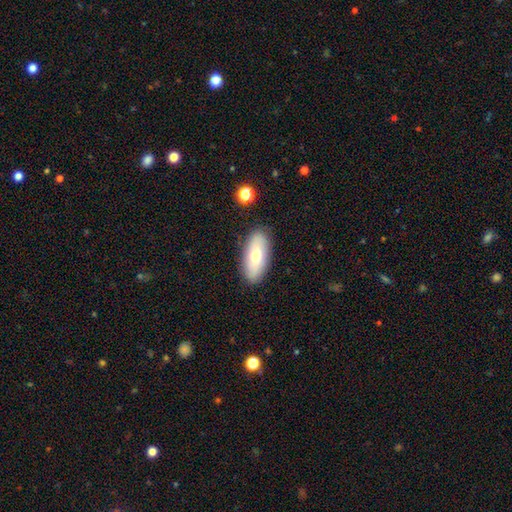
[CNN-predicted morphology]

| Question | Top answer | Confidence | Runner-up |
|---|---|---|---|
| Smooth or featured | smooth | 67% | featured or disk (26%) |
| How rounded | in between | 87% | cigar-shaped (10%) |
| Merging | none | 87% | minor disturbance (9%) |